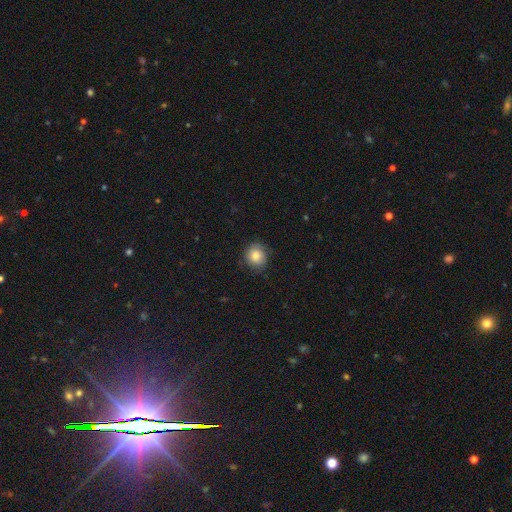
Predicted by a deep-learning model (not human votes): A smooth galaxy with no disk features (80%) that is round (83%).

Vote fractions:
- Smooth or featured? smooth: 80% / featured or disk: 11% / star or artifact: 9%
- How rounded? round: 83% / in between: 16% / cigar-shaped: 1%
- Merging? none: 78% / minor disturbance: 17% / major disturbance: 4% / merger: 1%